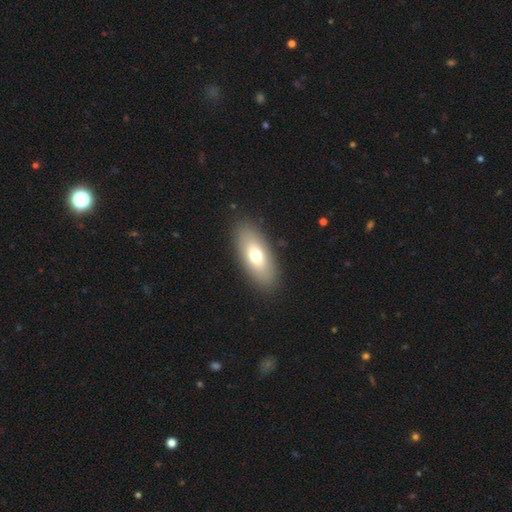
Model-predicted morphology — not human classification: This is likely a smooth galaxy (67%). How rounded: clearly in between (85%). Merging: clearly none (88%).